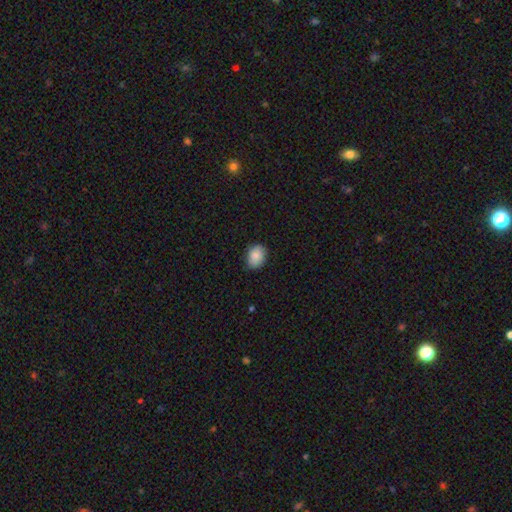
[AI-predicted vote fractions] smooth 87%, star or artifact 7%, featured or disk 6%. Down the decision tree: how rounded — in between (65%); merging — none (82%).